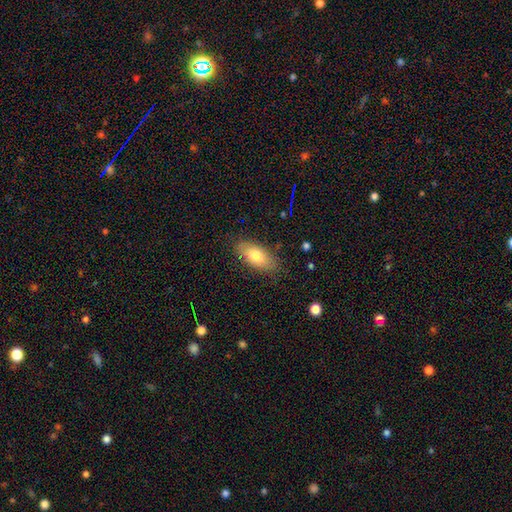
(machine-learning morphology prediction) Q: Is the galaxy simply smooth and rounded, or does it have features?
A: smooth — 72%.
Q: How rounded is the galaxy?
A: in between — 88%.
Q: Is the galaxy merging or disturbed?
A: none — 82%.